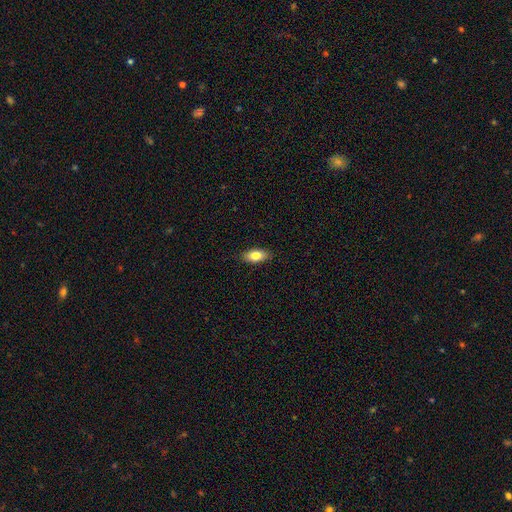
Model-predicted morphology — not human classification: This appears to be a smooth galaxy with no disk features (79%) that is in between round and cigar-shaped (88%). Merging: none (87%).